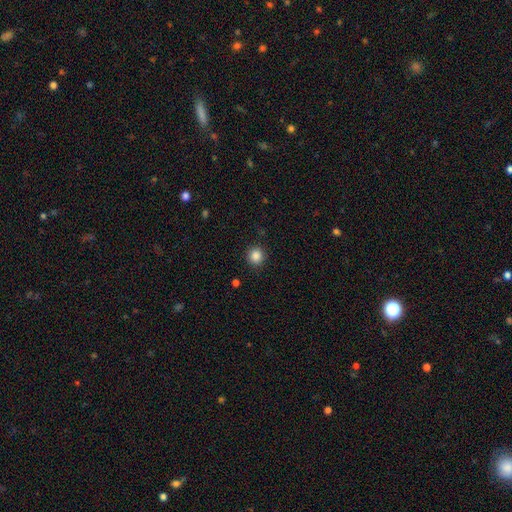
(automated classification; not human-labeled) This appears to be a smooth galaxy with no disk features (86%) that is round (92%). Merging: none (90%).